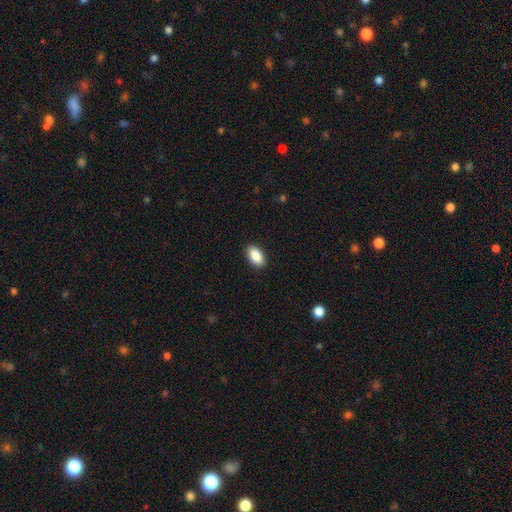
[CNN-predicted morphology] Smooth or featured? smooth (89%)
How rounded? in between (94%)
Merging? none (89%)